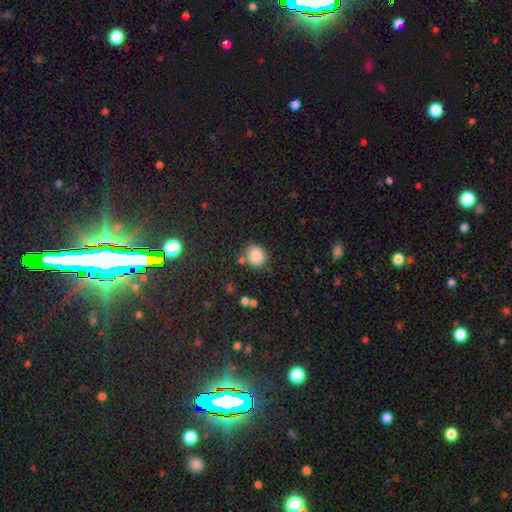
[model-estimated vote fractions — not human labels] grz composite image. It shows a smooth galaxy with no disk features (84%) that is round (75%). Merging: none (75%).